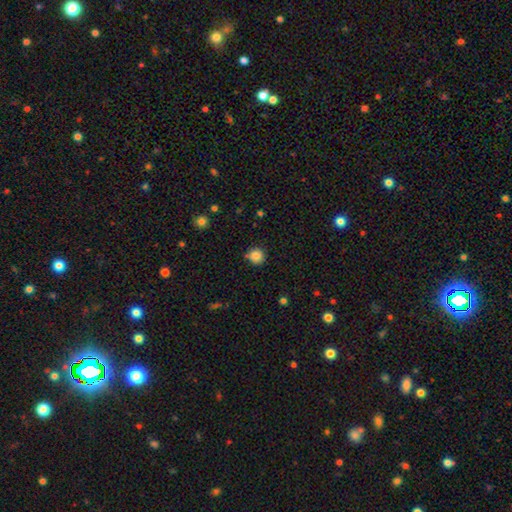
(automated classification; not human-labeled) Q: Smooth or featured?
A: smooth (84%); runner-up: star or artifact (10%)
Q: How rounded?
A: round (90%); runner-up: in between (9%)
Q: Merging?
A: none (81%); runner-up: minor disturbance (13%)